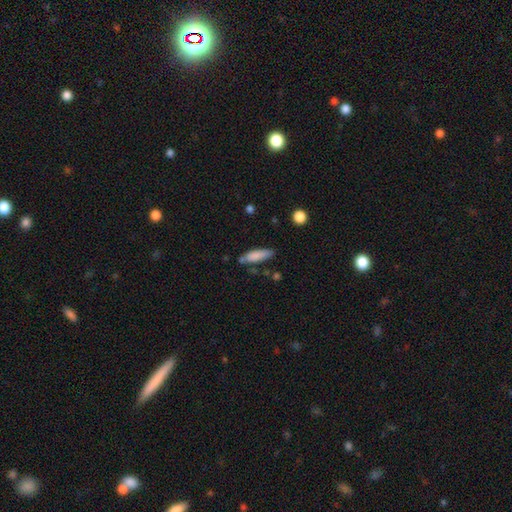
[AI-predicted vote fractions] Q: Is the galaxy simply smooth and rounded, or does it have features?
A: smooth — 82%.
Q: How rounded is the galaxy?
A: cigar-shaped — 54%.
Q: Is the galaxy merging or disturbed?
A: none — 61%.